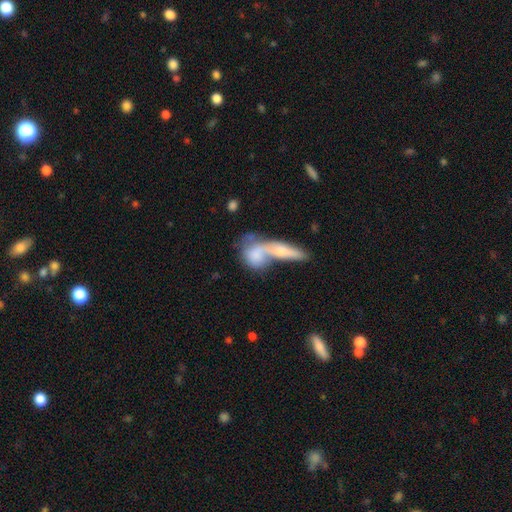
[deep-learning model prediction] Smooth or featured? smooth (66%)
How rounded? in between (54%)
Merging? merger (65%)